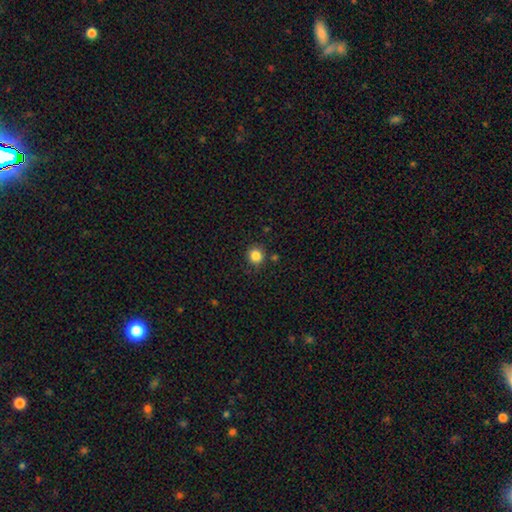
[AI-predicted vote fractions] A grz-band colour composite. It shows a smooth galaxy with no disk features (85%) that is round (92%). Merging: none (84%).